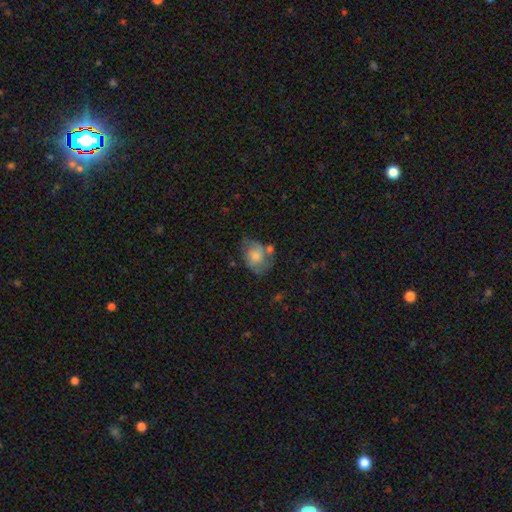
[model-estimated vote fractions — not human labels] Smooth or featured?
  - smooth: 64% *
  - featured or disk: 29%
  - star or artifact: 7%
How rounded?
  - in between: 65% *
  - round: 34%
  - cigar-shaped: 1%
Merging?
  - none: 40% *
  - minor disturbance: 29%
  - merger: 16%
  - major disturbance: 15%